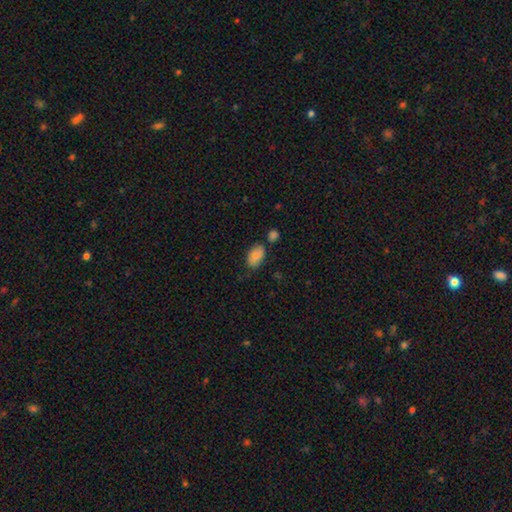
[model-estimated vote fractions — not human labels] Overall: smooth (85%). How rounded: in between (91%). Merging: none (66%).